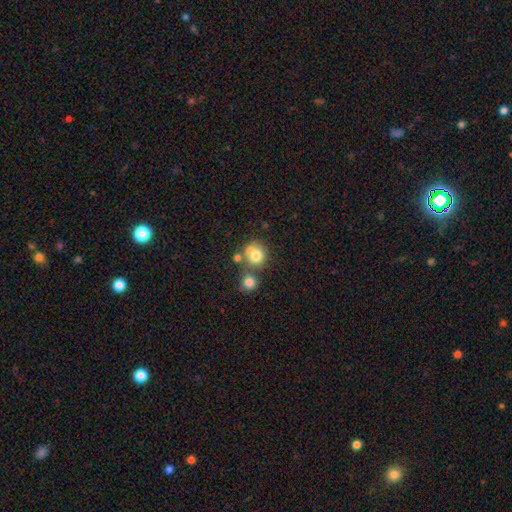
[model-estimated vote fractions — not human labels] A smooth galaxy with no disk features (75%) that is round (81%).

Vote fractions:
- Smooth or featured? smooth: 75% / featured or disk: 14% / star or artifact: 11%
- How rounded? round: 81% / in between: 18% / cigar-shaped: 1%
- Merging? none: 45% / merger: 36% / minor disturbance: 12% / major disturbance: 6%